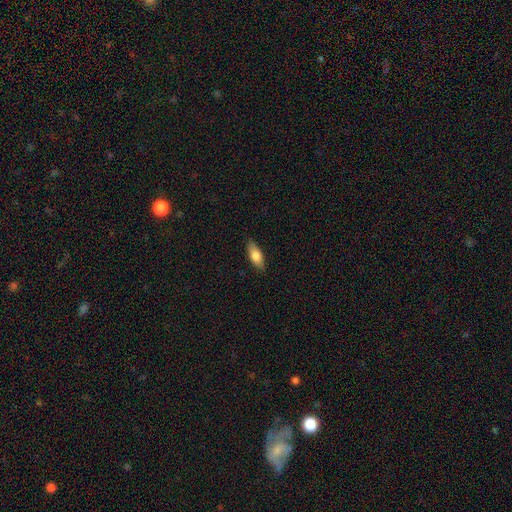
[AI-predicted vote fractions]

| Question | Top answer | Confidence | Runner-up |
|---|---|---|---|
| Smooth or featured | smooth | 79% | featured or disk (15%) |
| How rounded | in between | 74% | cigar-shaped (23%) |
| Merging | none | 87% | minor disturbance (10%) |